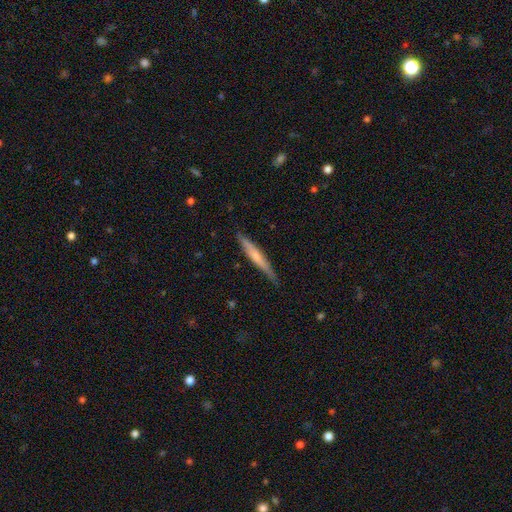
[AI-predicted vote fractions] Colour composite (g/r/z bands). It shows a smooth galaxy with no disk features (50%). Merging: none (83%).